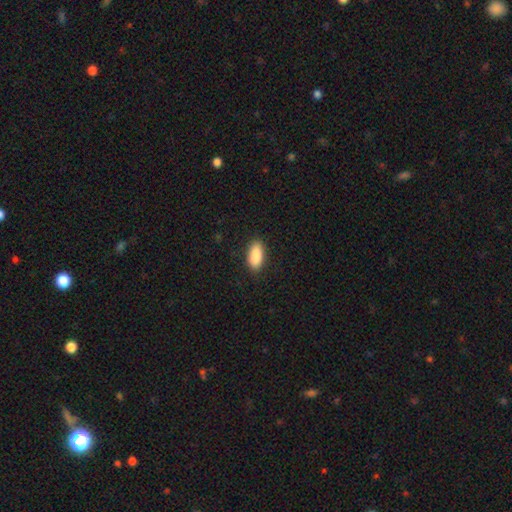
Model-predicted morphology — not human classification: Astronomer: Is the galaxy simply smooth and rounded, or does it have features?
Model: smooth — 89%.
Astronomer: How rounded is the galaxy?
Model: in between — 89%.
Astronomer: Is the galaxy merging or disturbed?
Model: none — 89%.